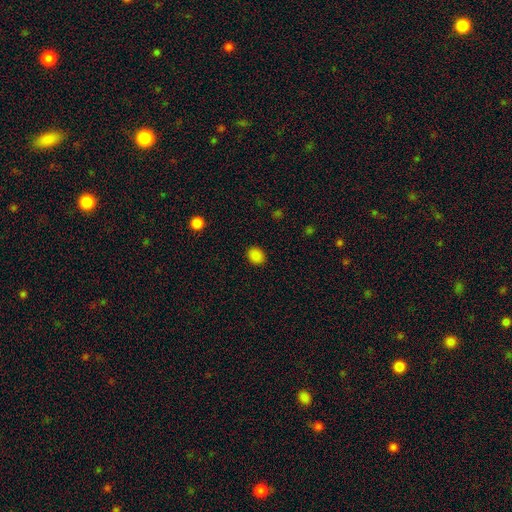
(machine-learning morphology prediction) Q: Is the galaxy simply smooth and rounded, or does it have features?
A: smooth — 86%.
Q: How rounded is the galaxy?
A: round — 60%.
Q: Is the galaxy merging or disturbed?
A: none — 89%.